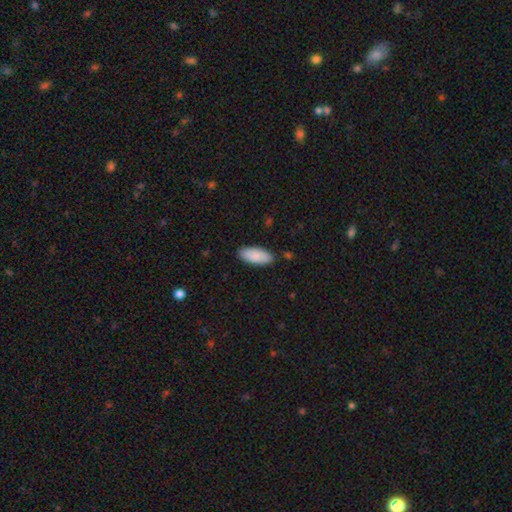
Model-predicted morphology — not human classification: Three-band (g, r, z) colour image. It shows a smooth galaxy with no disk features (89%) that is in between round and cigar-shaped (84%). Merging: none (87%).